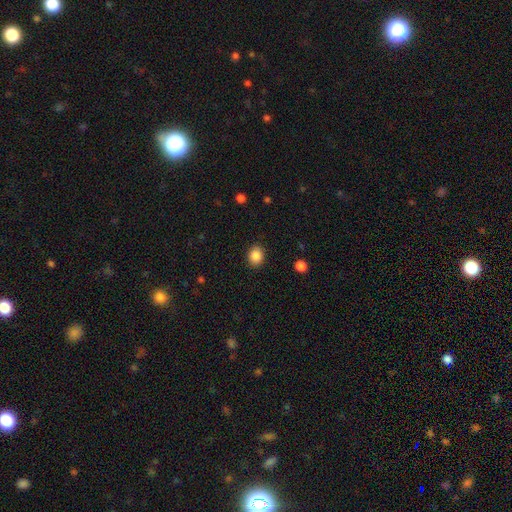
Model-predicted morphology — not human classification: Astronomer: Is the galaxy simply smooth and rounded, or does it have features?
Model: smooth — 87%.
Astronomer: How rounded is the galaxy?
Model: round — 57% (runner-up: in between, 42%).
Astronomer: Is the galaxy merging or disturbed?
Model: none — 89%.